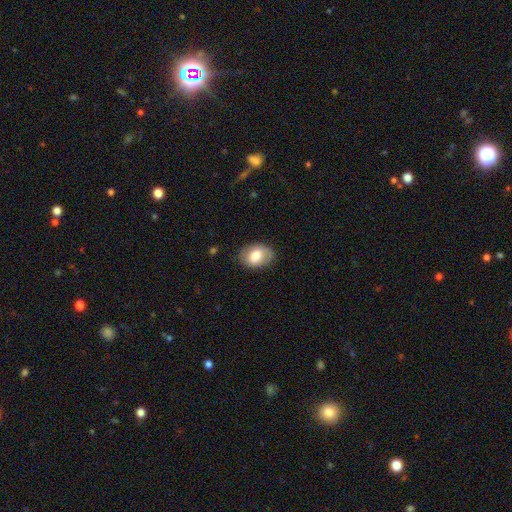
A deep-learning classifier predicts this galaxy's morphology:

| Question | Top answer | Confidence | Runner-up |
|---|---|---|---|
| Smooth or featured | smooth | 75% | featured or disk (18%) |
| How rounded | in between | 79% | round (20%) |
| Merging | none | 80% | minor disturbance (15%) |